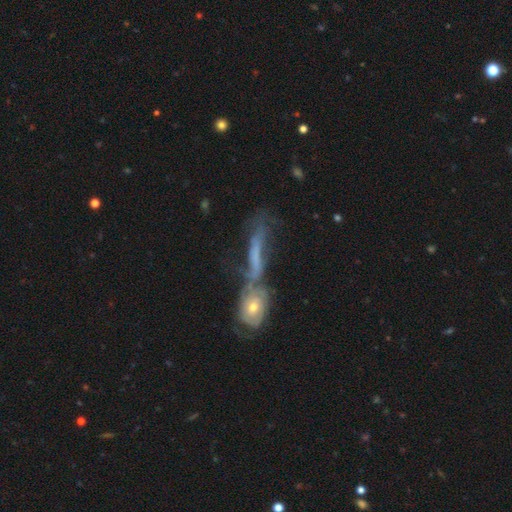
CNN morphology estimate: Q: Smooth or featured?
A: featured or disk (58%); runner-up: smooth (32%)
Q: Edge-on disk?
A: no (64%); runner-up: yes (36%)
Q: Merging?
A: merger (51%); runner-up: none (23%)